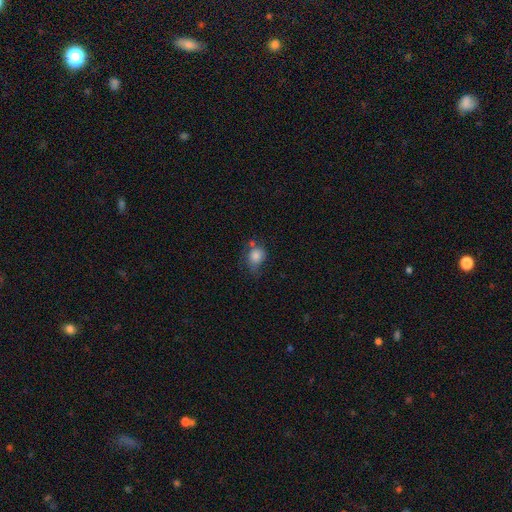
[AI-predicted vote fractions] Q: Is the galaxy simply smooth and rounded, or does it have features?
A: smooth — 80%.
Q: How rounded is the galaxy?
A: round — 56%.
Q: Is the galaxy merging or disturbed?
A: none — 44%.